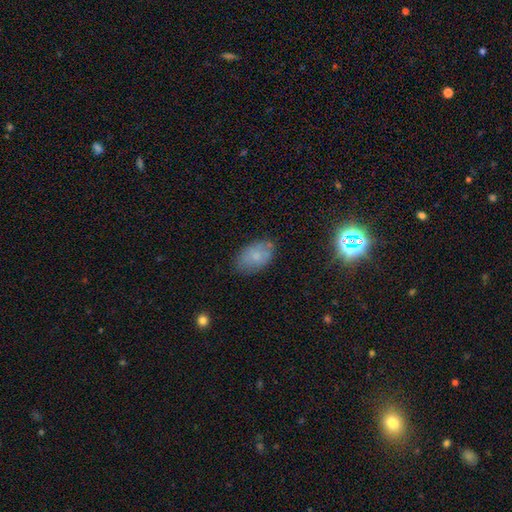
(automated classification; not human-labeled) Smooth or featured: smooth — 75% (featured or disk — 16%)
How rounded: in between — 90% (round — 8%)
Merging: none — 72% (minor disturbance — 20%)